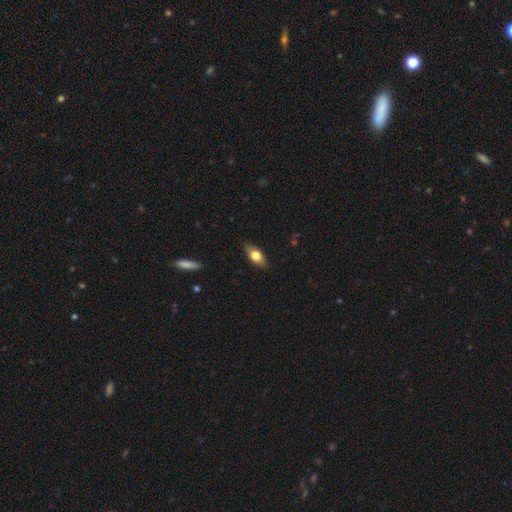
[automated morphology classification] type=smooth (61%); roundness=in between (77%); merging=none (86%).